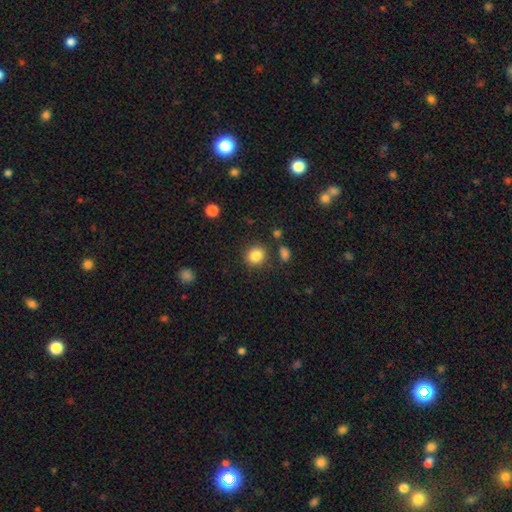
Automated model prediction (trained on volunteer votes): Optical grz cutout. It shows a smooth galaxy with no disk features (84%) that is round (82%). Merging: none (84%).